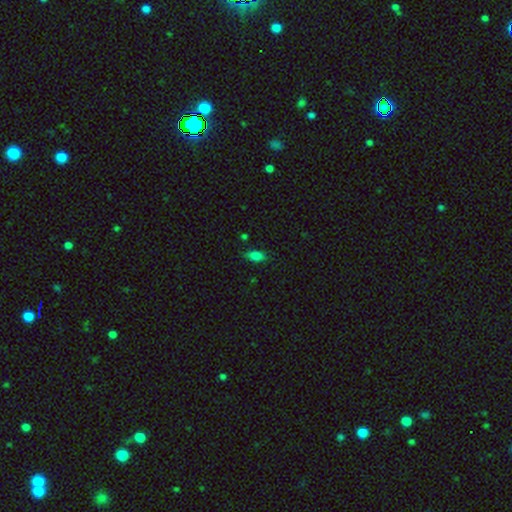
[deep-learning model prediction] Overall: smooth (81%). How rounded: in between (86%). Merging: none (79%).